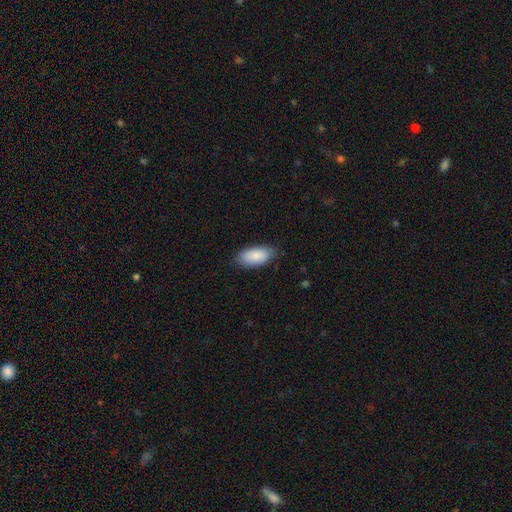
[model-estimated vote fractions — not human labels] Overall: smooth (84%). How rounded: in between (92%). Merging: none (80%).